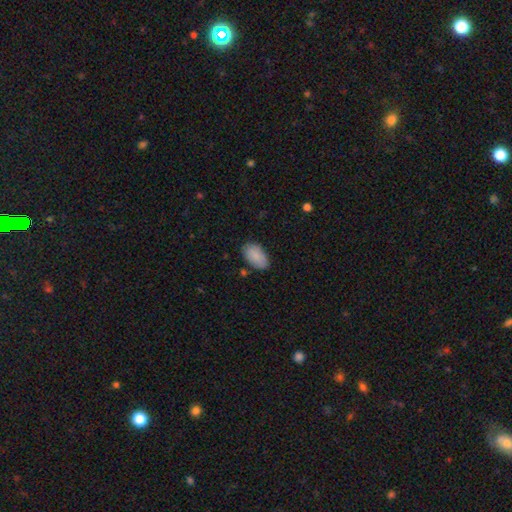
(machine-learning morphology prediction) This appears to be a smooth galaxy with no disk features (87%) that is in between round and cigar-shaped (94%). Merging: none (78%).